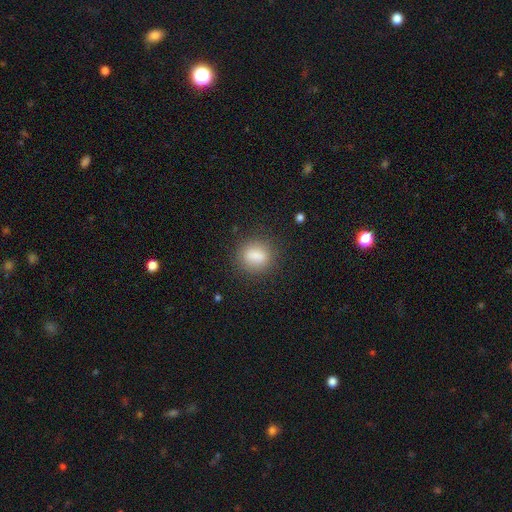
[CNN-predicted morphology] The model was most divided on "how rounded": round: 53%, in between: 44%, cigar-shaped: 4%. More confident: smooth or featured — smooth (81%); merging — none (81%).